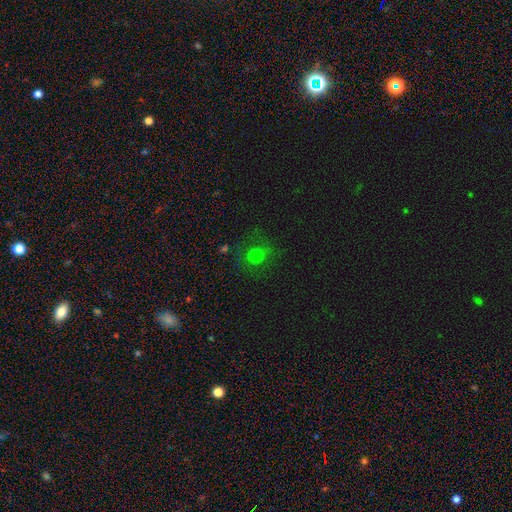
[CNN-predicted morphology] Smooth or featured: smooth — 69% (star or artifact — 20%)
How rounded: round — 87% (in between — 12%)
Merging: none — 77% (minor disturbance — 13%)